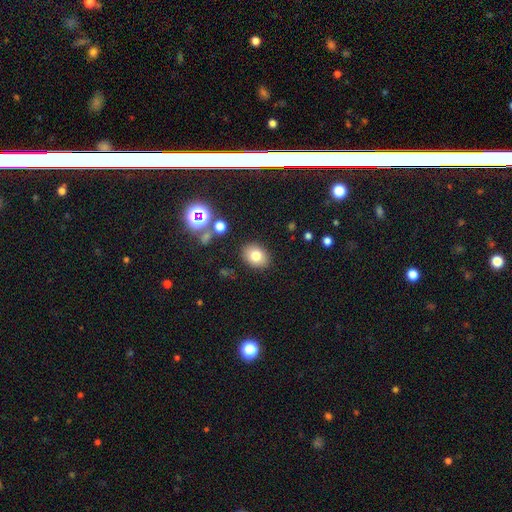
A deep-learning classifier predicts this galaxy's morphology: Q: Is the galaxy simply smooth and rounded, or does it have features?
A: smooth — 77%.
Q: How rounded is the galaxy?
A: in between — 65%.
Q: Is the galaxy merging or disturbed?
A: none — 87%.